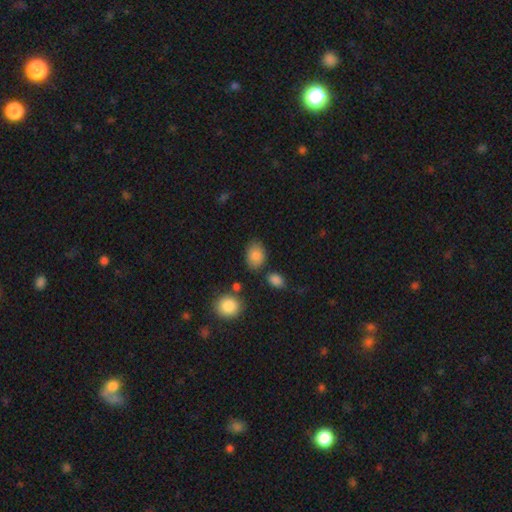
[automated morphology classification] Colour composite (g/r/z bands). It shows a smooth galaxy with no disk features (86%) that is in between round and cigar-shaped (76%). Merging: none (75%).